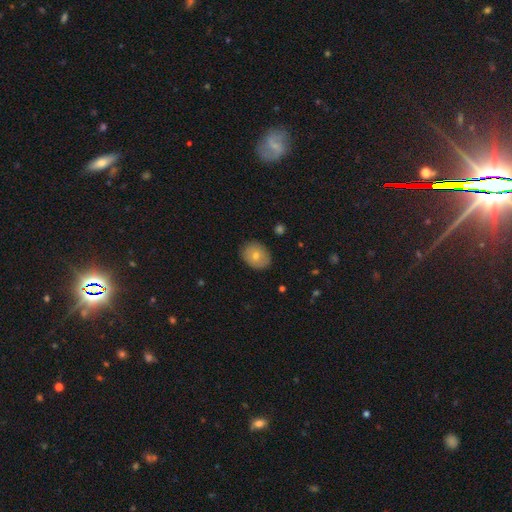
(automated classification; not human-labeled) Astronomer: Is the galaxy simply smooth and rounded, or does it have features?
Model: smooth — 71%.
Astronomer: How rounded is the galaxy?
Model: in between — 54% (runner-up: round, 45%).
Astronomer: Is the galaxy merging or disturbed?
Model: none — 85%.